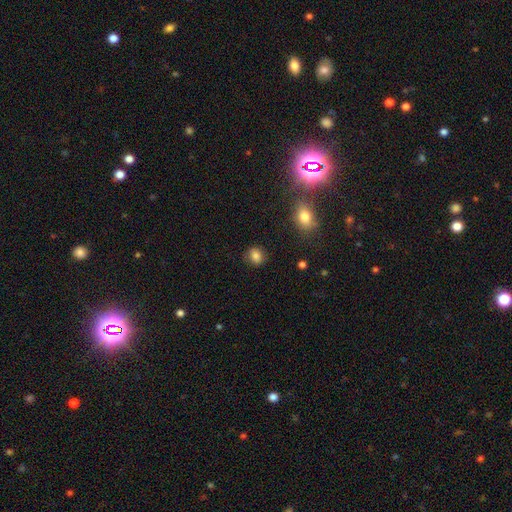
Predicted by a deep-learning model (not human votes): smooth_or_featured: smooth (p=0.82) [alt: star or artifact p=0.11]
how_rounded: round (p=0.65) [alt: in between p=0.33]
merging: none (p=0.83) [alt: minor disturbance p=0.12]